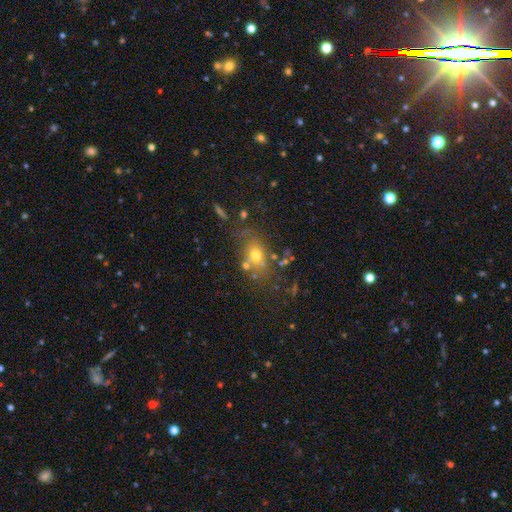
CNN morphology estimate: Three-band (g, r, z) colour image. It shows a smooth galaxy with no disk features (62%) that is in between round and cigar-shaped (60%). Merging: none (59%).